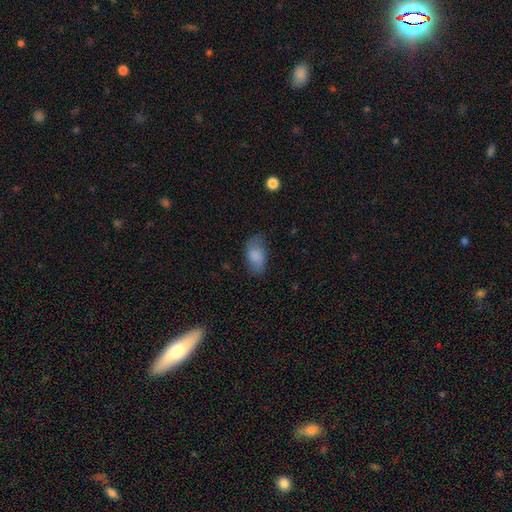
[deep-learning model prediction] This appears to be a smooth galaxy with no disk features (83%) that is in between round and cigar-shaped (91%). Merging: none (69%).